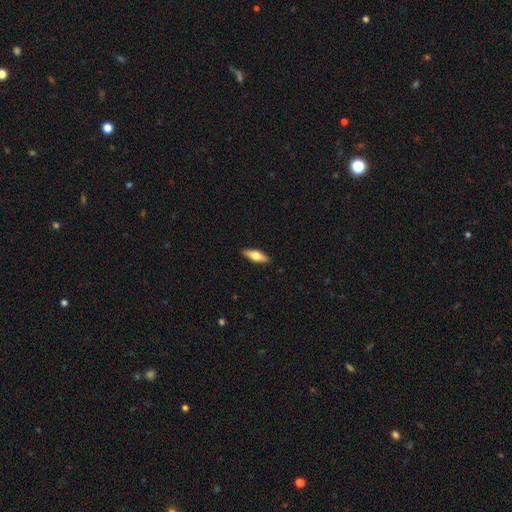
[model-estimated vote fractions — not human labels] smooth 55%, featured or disk 39%, star or artifact 6%. Down the decision tree: how rounded — in between (55%); merging — none (90%).